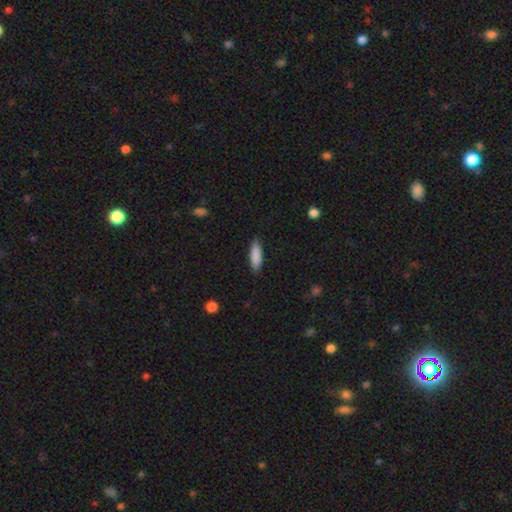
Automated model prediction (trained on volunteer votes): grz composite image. It shows a smooth galaxy with no disk features (88%) that is cigar-shaped (52%). Merging: none (87%).